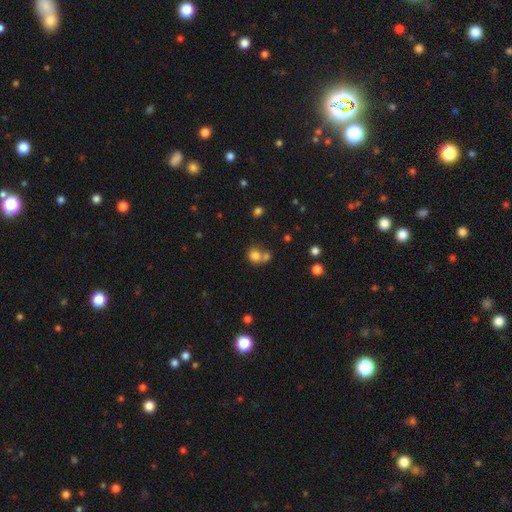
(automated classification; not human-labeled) This appears to be a smooth galaxy with no disk features (78%) that is round (78%). Merging: none (45%).